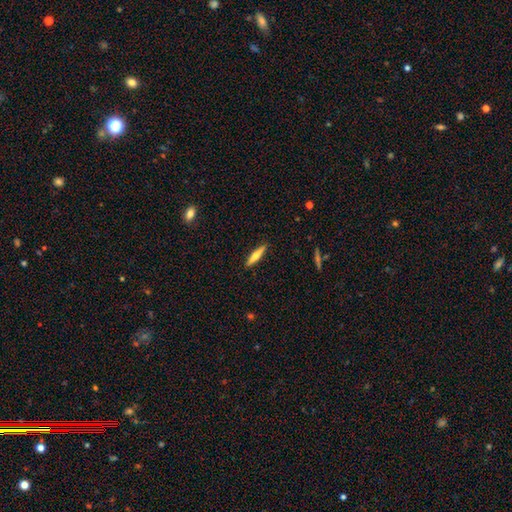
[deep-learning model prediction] This is possibly a smooth galaxy (56%). How rounded: clearly cigar-shaped (86%). Merging: clearly none (90%).